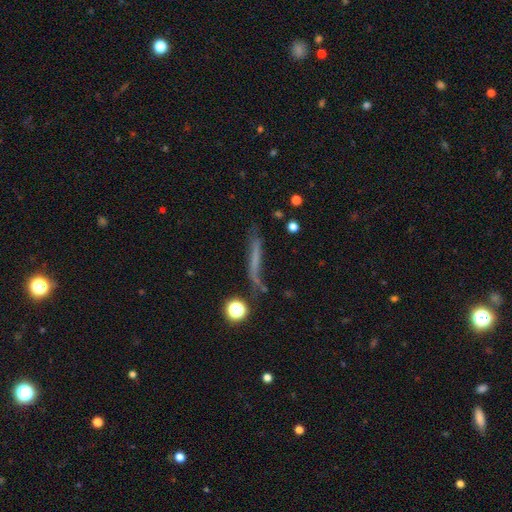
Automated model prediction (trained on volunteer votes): Overall: smooth (46%; featured or disk 39%). Merging: none (59%; minor disturbance 23%).